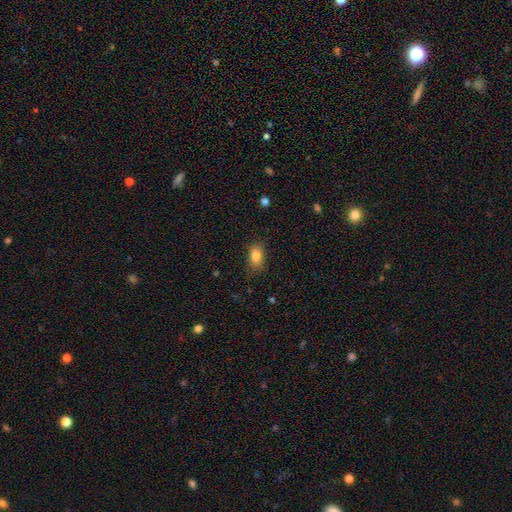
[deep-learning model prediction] The model was most divided on "merging": none: 78%, minor disturbance: 17%, major disturbance: 4%, merger: 1%. More confident: how rounded — in between (85%); smooth or featured — smooth (84%).